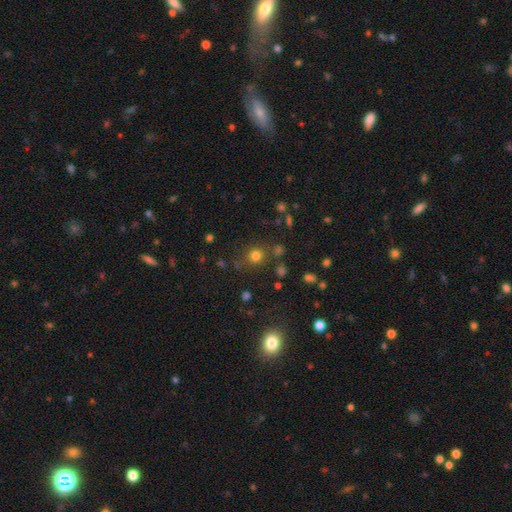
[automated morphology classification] smooth-or-featured: smooth: 74% | star or artifact: 20% | featured or disk: 6%
  how-rounded: round: 90% | in between: 9% | cigar-shaped: 1%
  merging: none: 80% | minor disturbance: 10% | merger: 6% | major disturbance: 4%